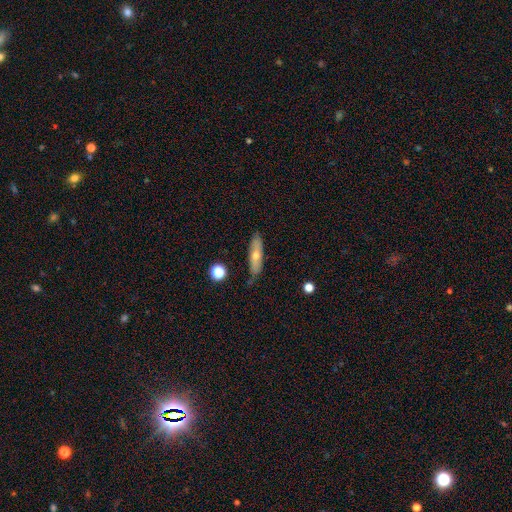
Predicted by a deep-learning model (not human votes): Overall: smooth (53%; featured or disk 39%). How rounded: cigar-shaped (67%; in between 30%). Merging: none (80%).